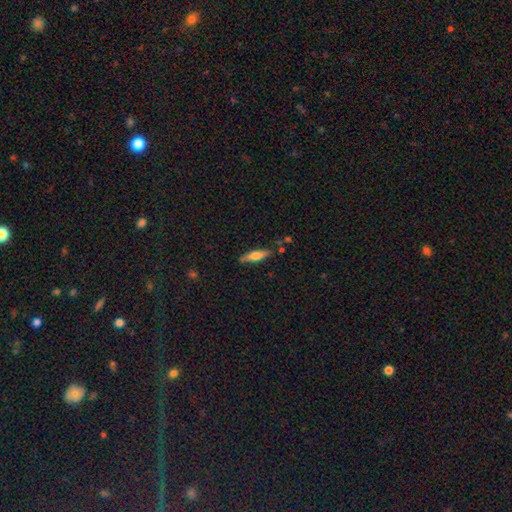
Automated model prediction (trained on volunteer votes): Overall: smooth (51%; featured or disk 42%). How rounded: cigar-shaped (69%). Merging: none (79%).